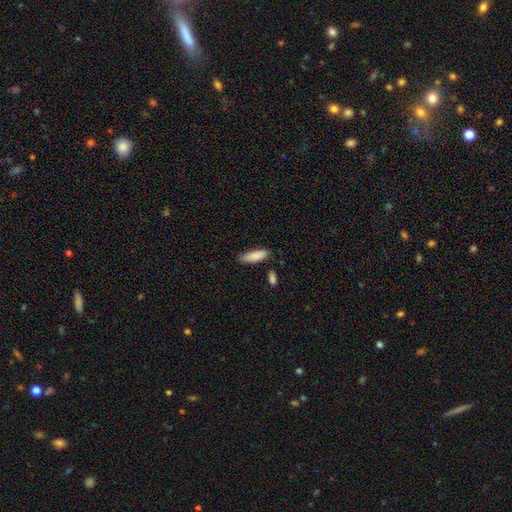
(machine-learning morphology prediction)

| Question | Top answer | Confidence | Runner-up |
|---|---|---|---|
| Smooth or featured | smooth | 87% | featured or disk (7%) |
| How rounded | in between | 56% | cigar-shaped (43%) |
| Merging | none | 78% | minor disturbance (15%) |